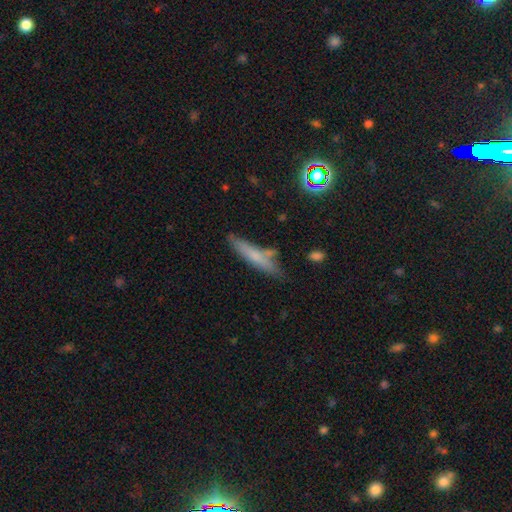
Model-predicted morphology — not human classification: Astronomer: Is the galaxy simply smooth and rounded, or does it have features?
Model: smooth — 62%.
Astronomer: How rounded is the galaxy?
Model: cigar-shaped — 85%.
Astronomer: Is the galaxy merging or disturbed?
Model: none — 70%.